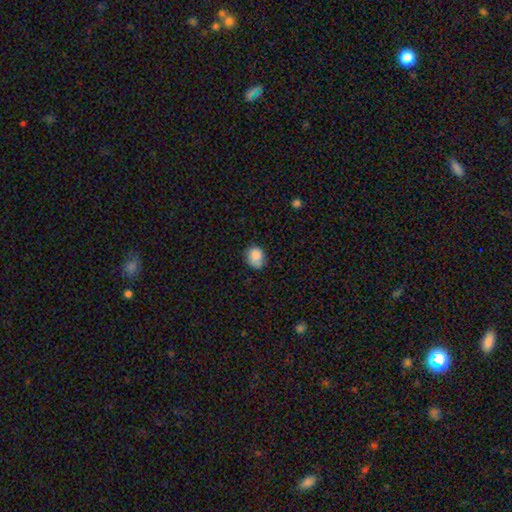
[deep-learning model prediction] smooth-or-featured: smooth: 84% | star or artifact: 9% | featured or disk: 7%
  how-rounded: round: 65% | in between: 35% | cigar-shaped: 1%
  merging: none: 59% | minor disturbance: 29% | major disturbance: 7% | merger: 5%